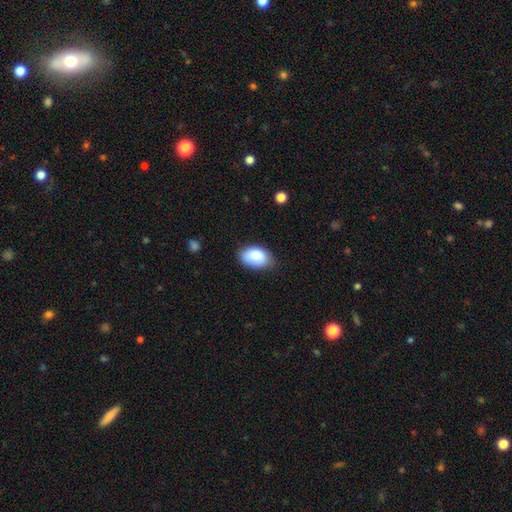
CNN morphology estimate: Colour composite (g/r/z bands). It shows a smooth galaxy with no disk features (86%) that is in between round and cigar-shaped (91%). Merging: none (73%).